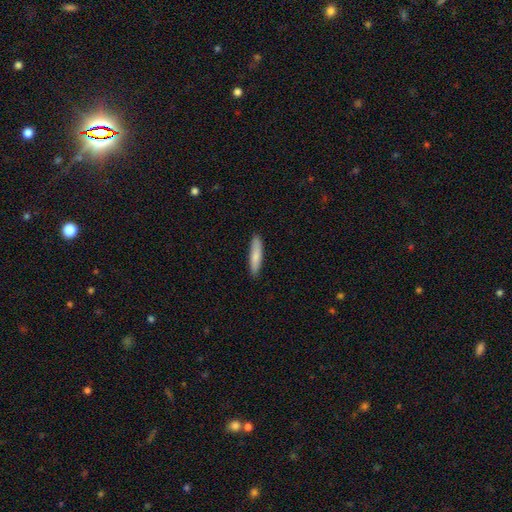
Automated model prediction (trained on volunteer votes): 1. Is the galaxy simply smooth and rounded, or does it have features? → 79% smooth, 15% featured or disk, 5% star or artifact.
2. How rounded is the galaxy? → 82% cigar-shaped, 16% in between, 1% round.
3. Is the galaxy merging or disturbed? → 89% none, 9% minor disturbance, 2% major disturbance, 1% merger.